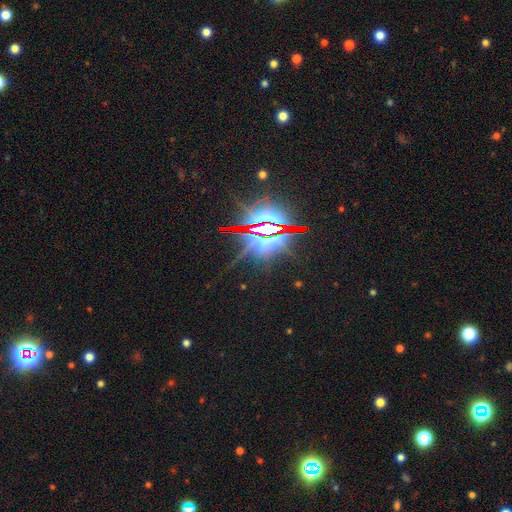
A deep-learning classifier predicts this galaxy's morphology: Smooth or featured: star or artifact — 85% (featured or disk — 9%)